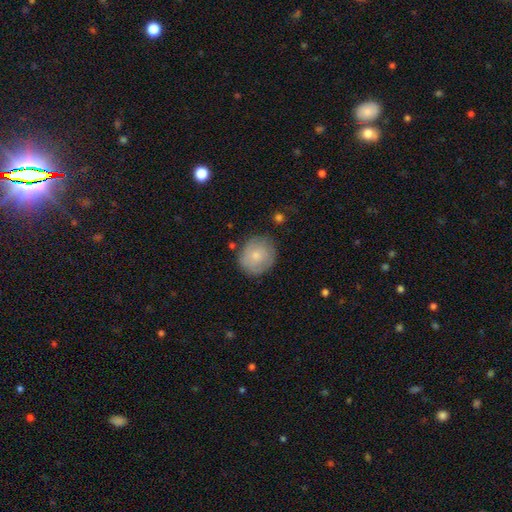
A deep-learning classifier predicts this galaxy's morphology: This appears to be a smooth galaxy with no disk features (71%) that is round (87%). Merging: none (78%).